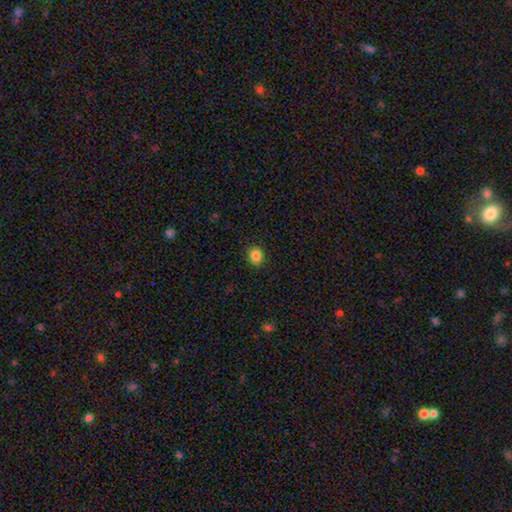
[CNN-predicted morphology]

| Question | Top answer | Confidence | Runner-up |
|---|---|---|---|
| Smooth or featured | smooth | 85% | star or artifact (11%) |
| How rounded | round | 80% | in between (19%) |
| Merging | none | 91% | minor disturbance (6%) |